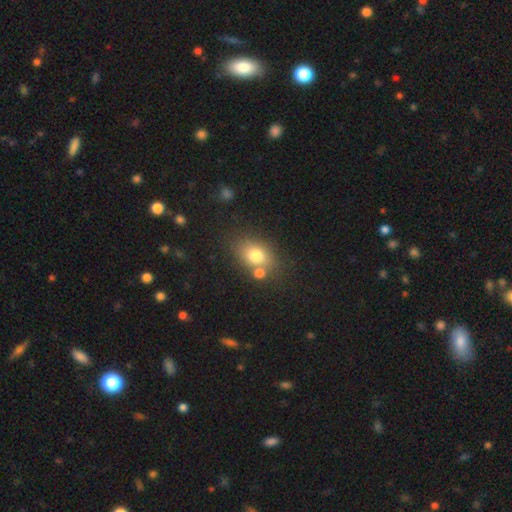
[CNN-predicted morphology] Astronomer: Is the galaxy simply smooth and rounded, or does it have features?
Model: smooth — 75%.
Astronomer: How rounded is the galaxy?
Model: in between — 66%.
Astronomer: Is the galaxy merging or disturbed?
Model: none — 61%.